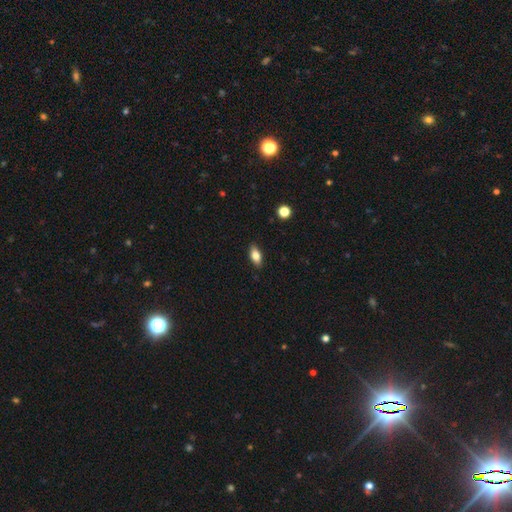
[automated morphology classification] Smooth or featured? smooth (78%)
How rounded? in between (85%)
Merging? none (88%)